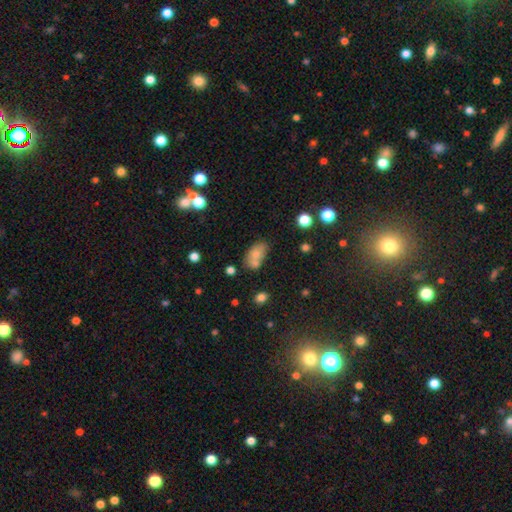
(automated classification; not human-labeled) smooth_or_featured: smooth (p=0.74) [alt: featured or disk p=0.16]
how_rounded: in between (p=0.88) [alt: round p=0.10]
merging: none (p=0.42) [alt: merger p=0.33]